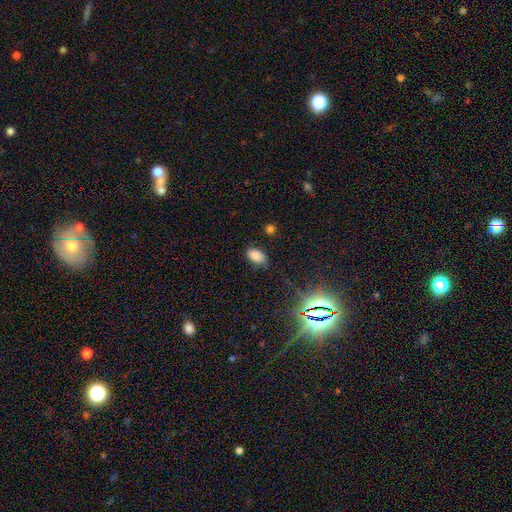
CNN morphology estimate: Q: Smooth or featured?
A: smooth (80%); runner-up: star or artifact (14%)
Q: How rounded?
A: in between (91%); runner-up: round (7%)
Q: Merging?
A: none (72%); runner-up: minor disturbance (21%)